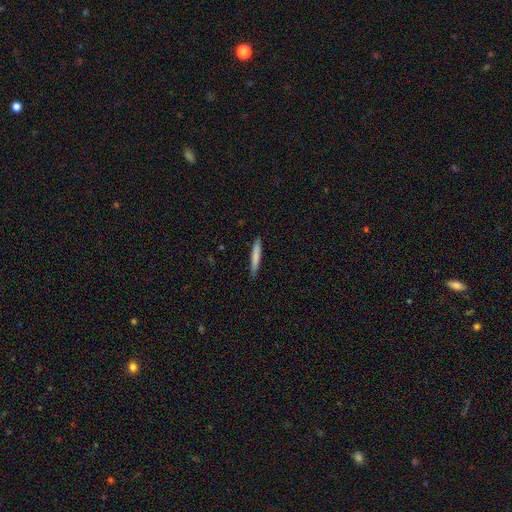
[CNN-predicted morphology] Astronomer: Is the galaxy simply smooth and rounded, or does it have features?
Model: smooth — 77%.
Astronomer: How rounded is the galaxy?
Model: cigar-shaped — 94%.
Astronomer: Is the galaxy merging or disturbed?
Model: none — 90%.